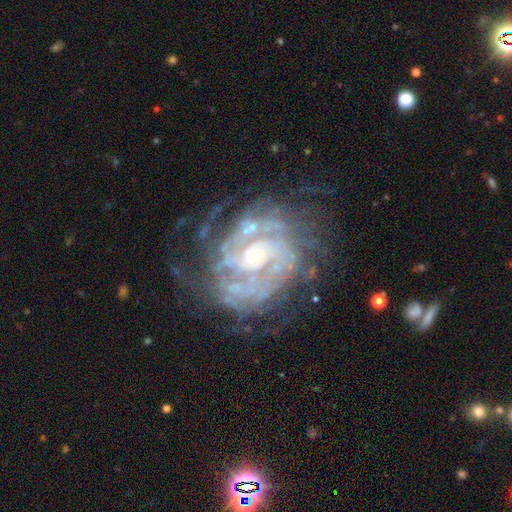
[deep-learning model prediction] Smooth or featured? featured or disk (87%)
Edge-on disk? no (97%)
Bar? no (65%)
Spiral arms? yes (94%)
Spiral winding? tight (67%)
Spiral arm count? can't tell (35%)
Bulge size? small (79%)
Merging? none (65%)